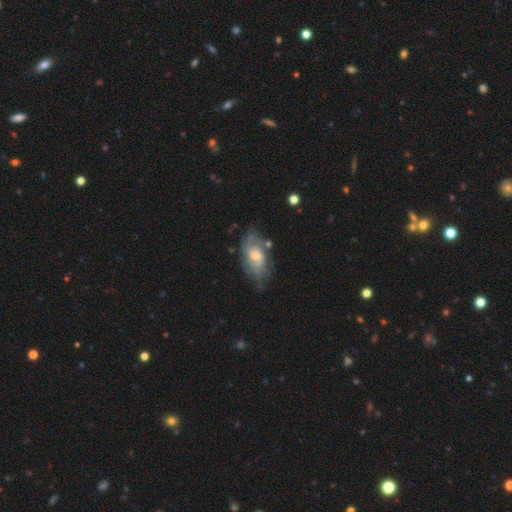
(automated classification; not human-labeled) The model was most divided on "spiral arm count" (2-way tie): 2: 40%, can't tell: 40%, 3: 9%, 1: 4%, 4: 4%, more than 4: 3%. Remaining: edge-on disk — no (94%); spiral arms — yes (86%); smooth or featured — featured or disk (72%); merging — none (62%); bulge size — moderate (57%); bar — no (52%); spiral winding — tight (44%).